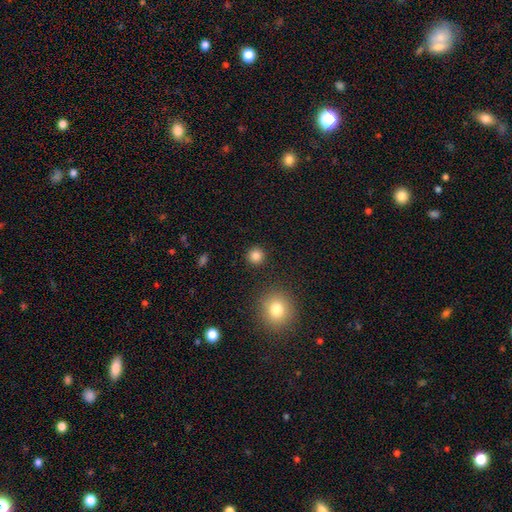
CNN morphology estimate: Smooth or featured? smooth (84%)
How rounded? round (94%)
Merging? none (90%)